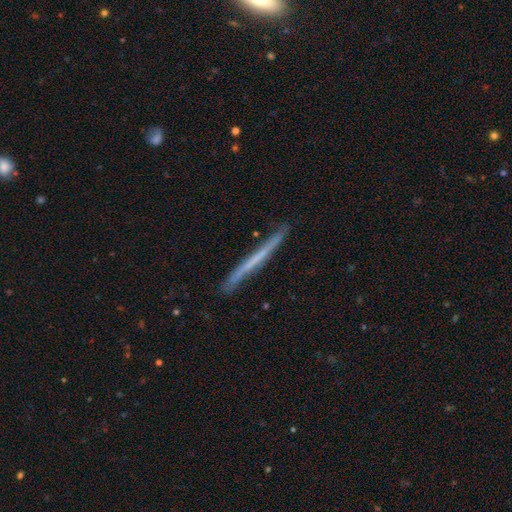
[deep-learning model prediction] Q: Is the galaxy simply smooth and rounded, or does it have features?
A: featured or disk — 55%.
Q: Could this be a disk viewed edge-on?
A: yes — 95%.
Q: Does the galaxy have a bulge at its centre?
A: none — 87%.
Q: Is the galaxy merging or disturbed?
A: none — 86%.